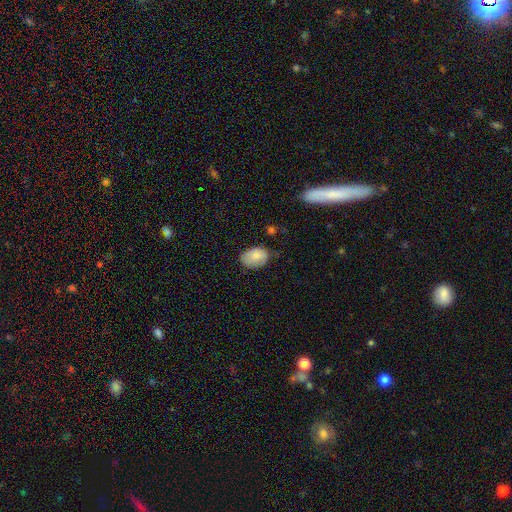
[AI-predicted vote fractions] Smooth or featured? smooth (82%)
How rounded? in between (81%)
Merging? none (63%)